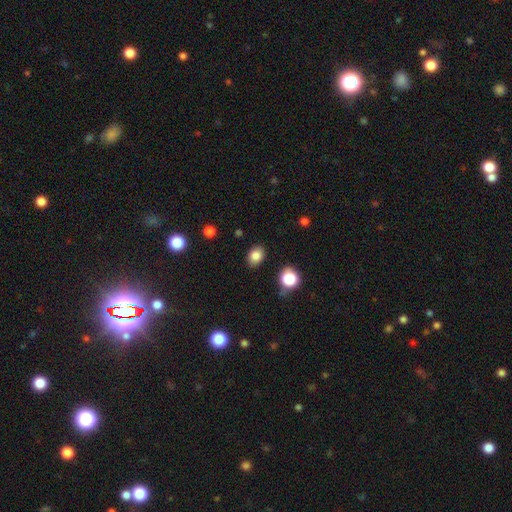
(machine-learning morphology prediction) smooth 84%, star or artifact 11%, featured or disk 6%. Down the decision tree: how rounded — in between (66%); merging — none (86%).